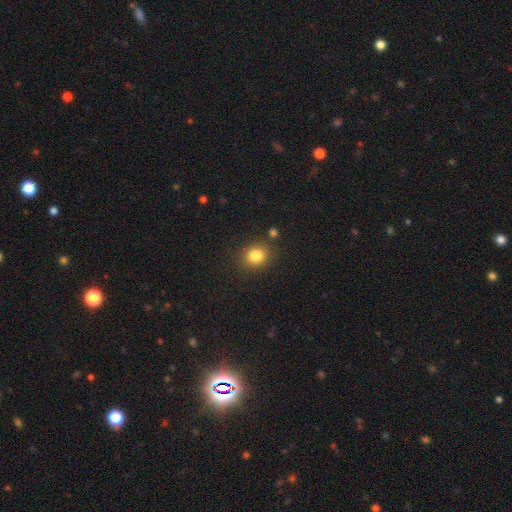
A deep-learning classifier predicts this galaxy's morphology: A smooth galaxy with no disk features (83%) that is round (75%).

Vote fractions:
- Smooth or featured? smooth: 83% / star or artifact: 11% / featured or disk: 5%
- How rounded? round: 75% / in between: 24% / cigar-shaped: 1%
- Merging? none: 82% / minor disturbance: 10% / merger: 5% / major disturbance: 3%